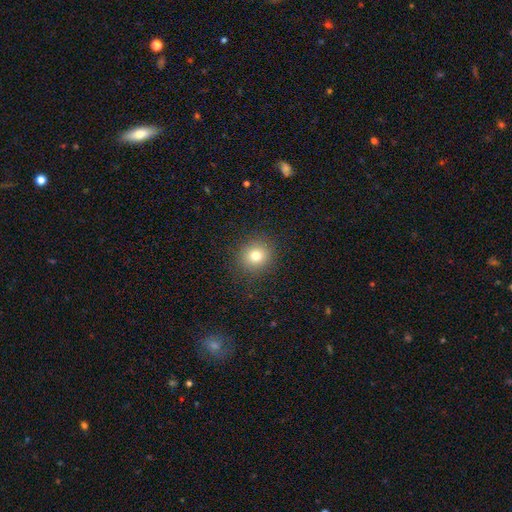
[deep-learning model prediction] smooth 77%, star or artifact 14%, featured or disk 9%. Down the decision tree: how rounded — round (88%); merging — none (90%).